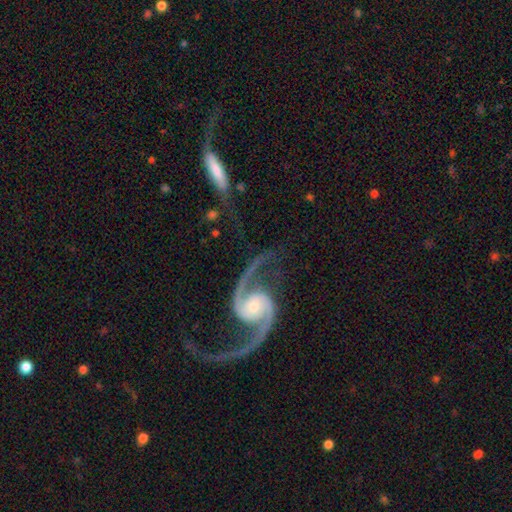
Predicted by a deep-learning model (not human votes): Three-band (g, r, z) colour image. It shows a featured or disk galaxy (93%) with no bar (54%), 2 (94%) loose (48%) spiral arms (98%) and a small central bulge (45%). Merging: none (68%).